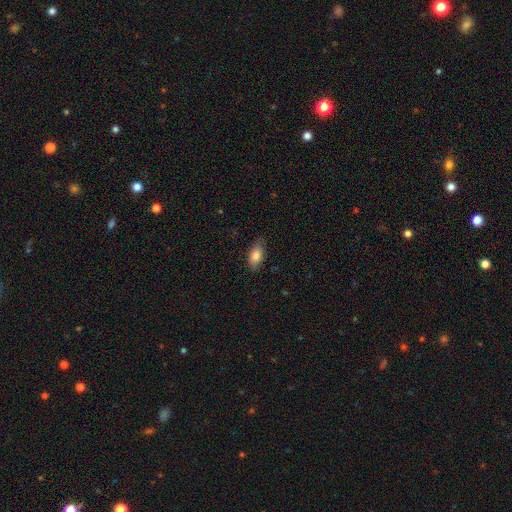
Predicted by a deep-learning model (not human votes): Smooth or featured?
  - smooth: 80% *
  - featured or disk: 12%
  - star or artifact: 7%
How rounded?
  - in between: 86% *
  - cigar-shaped: 10%
  - round: 4%
Merging?
  - none: 79% *
  - minor disturbance: 17%
  - major disturbance: 3%
  - merger: 1%